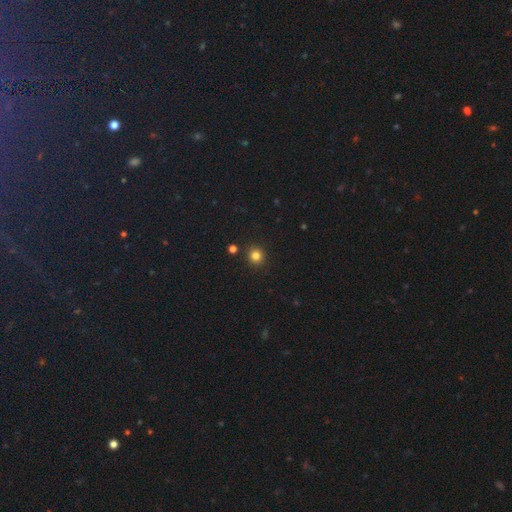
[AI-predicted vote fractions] This is clearly a smooth galaxy (81%). How rounded: clearly round (90%). Merging: clearly none (90%).